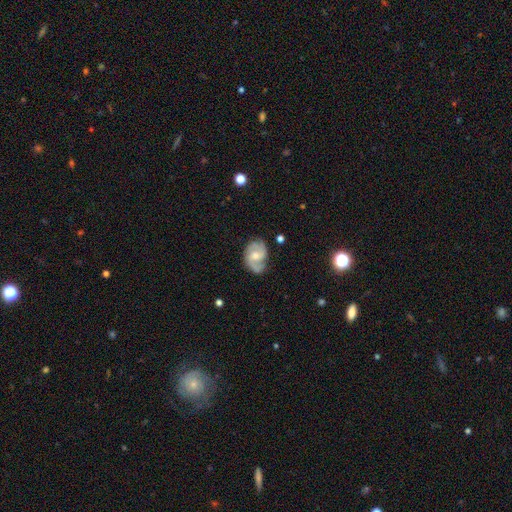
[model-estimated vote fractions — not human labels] Smooth or featured? Predicted: featured or disk (p=0.78). Edge-on disk? Predicted: no (p=0.97). Bar? Predicted: no (p=0.51). Spiral arms? Predicted: yes (p=0.94). Spiral winding? Predicted: medium (p=0.50). Spiral arm count? Predicted: 2 (p=0.62). Bulge size? Predicted: moderate (p=0.56). Merging? Predicted: none (p=0.66).